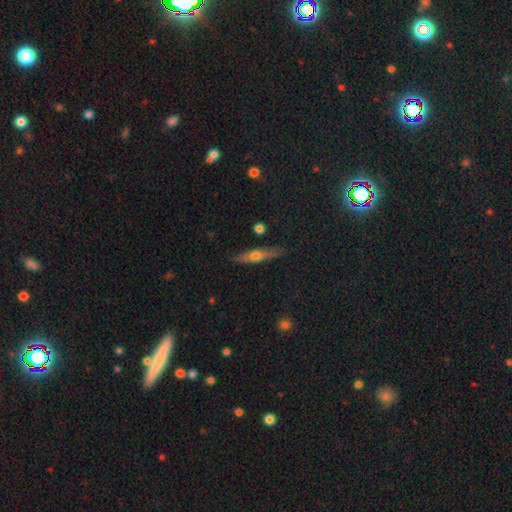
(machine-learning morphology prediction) Smooth or featured? Predicted: featured or disk (p=0.57). Edge-on disk? Predicted: yes (p=0.93). Edge-on bulge? Predicted: rounded (p=0.90). Merging? Predicted: none (p=0.86).